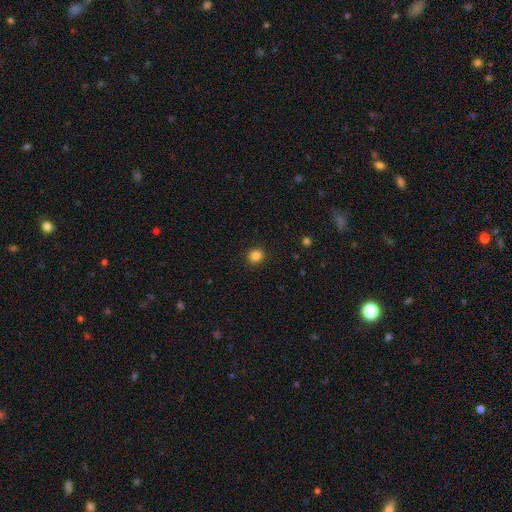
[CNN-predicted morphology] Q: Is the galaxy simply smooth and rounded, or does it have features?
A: smooth — 85%.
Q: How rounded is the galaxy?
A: round — 83%.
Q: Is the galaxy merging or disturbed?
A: none — 91%.